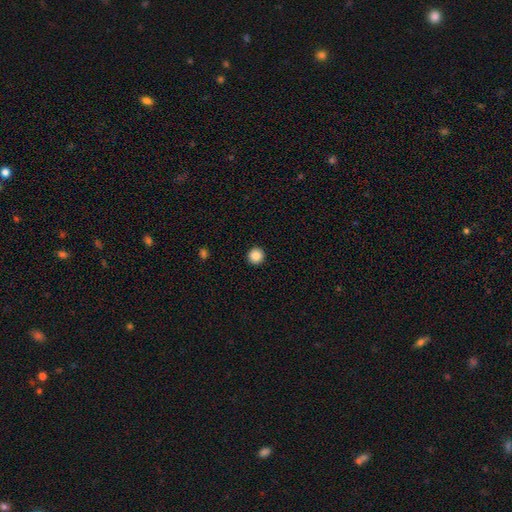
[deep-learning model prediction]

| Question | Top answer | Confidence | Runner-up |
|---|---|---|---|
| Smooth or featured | smooth | 88% | star or artifact (9%) |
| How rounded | round | 95% | in between (4%) |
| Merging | none | 93% | minor disturbance (4%) |